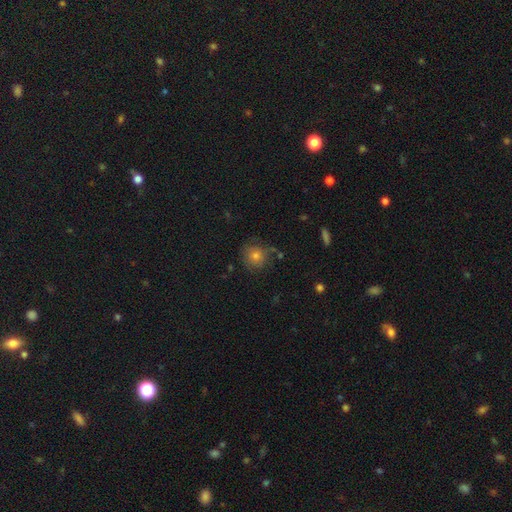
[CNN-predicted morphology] This appears to be a smooth galaxy with no disk features (71%) that is round (91%). Merging: none (74%).